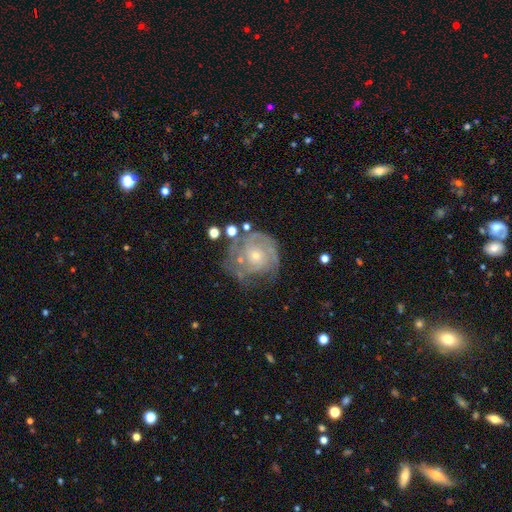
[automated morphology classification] Overall: featured or disk (76%). Edge-on disk: no (98%). Bar: no (79%). Spiral arms: yes (85%). Spiral arm count: can't tell (44%; 2 24%). Spiral winding: tight (65%; medium 26%). Bulge size: small (63%; moderate 33%). Merging: none (58%; minor disturbance 23%).